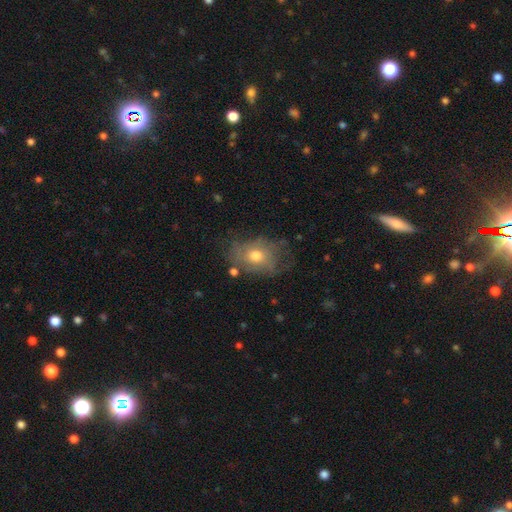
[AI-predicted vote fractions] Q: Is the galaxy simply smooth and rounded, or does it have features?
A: smooth — 51%.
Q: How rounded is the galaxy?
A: in between — 69%.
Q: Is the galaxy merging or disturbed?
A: none — 53%.